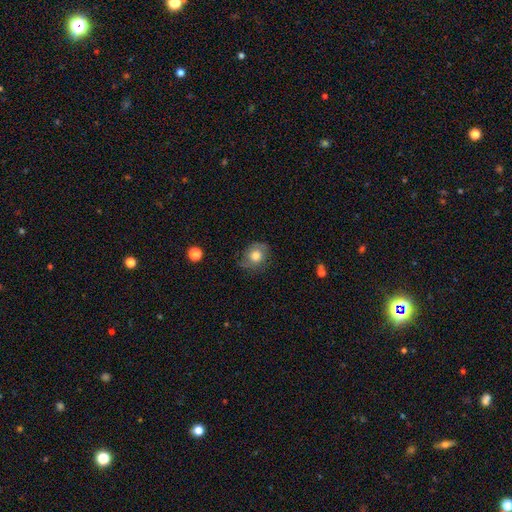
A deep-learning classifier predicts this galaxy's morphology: Smooth or featured?
  - smooth: 58% *
  - featured or disk: 32%
  - star or artifact: 10%
How rounded?
  - round: 70% *
  - in between: 29%
  - cigar-shaped: 1%
Merging?
  - none: 69% *
  - minor disturbance: 21%
  - major disturbance: 8%
  - merger: 1%